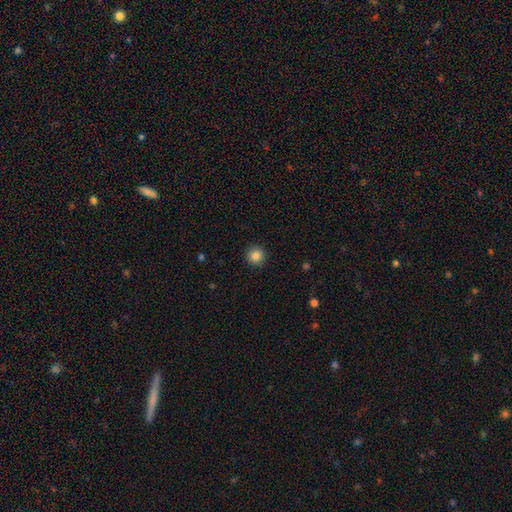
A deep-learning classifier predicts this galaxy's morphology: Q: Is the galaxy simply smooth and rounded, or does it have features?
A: smooth — 86%.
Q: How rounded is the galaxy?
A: round — 95%.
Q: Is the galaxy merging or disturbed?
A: none — 93%.